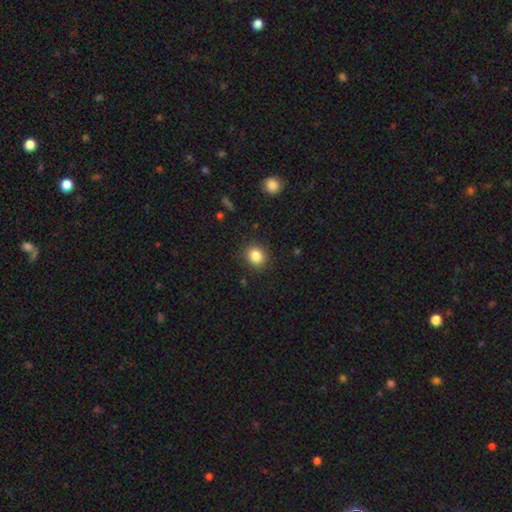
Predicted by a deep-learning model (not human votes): Overall: smooth (85%). How rounded: round (82%). Merging: none (89%).